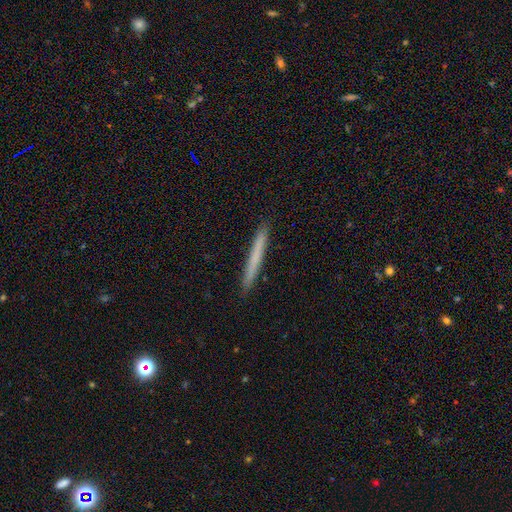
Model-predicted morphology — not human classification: Overall: smooth (66%; featured or disk 28%). How rounded: cigar-shaped (97%). Merging: none (92%).